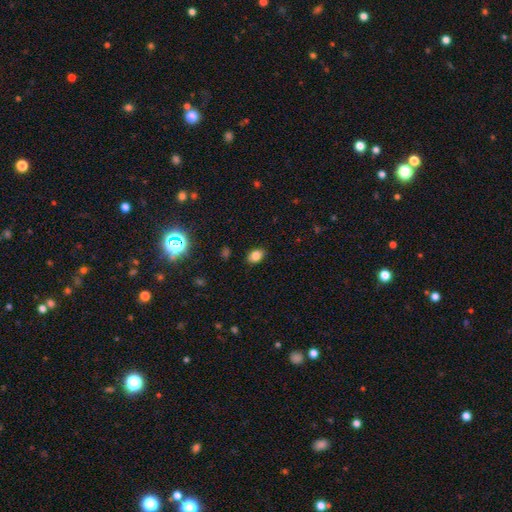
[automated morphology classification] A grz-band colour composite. It shows a smooth galaxy with no disk features (82%) that is in between round and cigar-shaped (75%). Merging: none (87%).